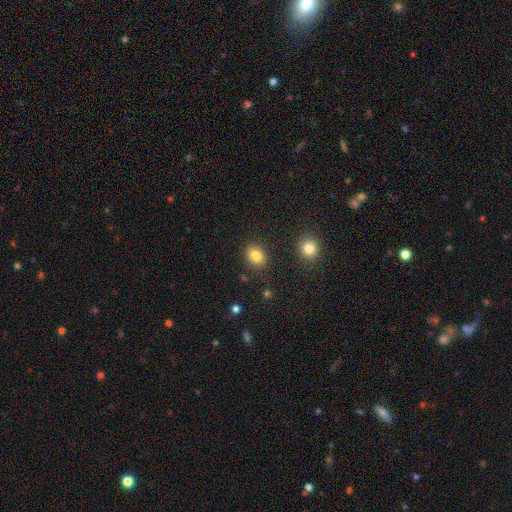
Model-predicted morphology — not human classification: Smooth or featured?
  - smooth: 84% *
  - star or artifact: 10%
  - featured or disk: 7%
How rounded?
  - in between: 52% *
  - round: 47%
  - cigar-shaped: 1%
Merging?
  - none: 86% *
  - minor disturbance: 9%
  - merger: 3%
  - major disturbance: 3%